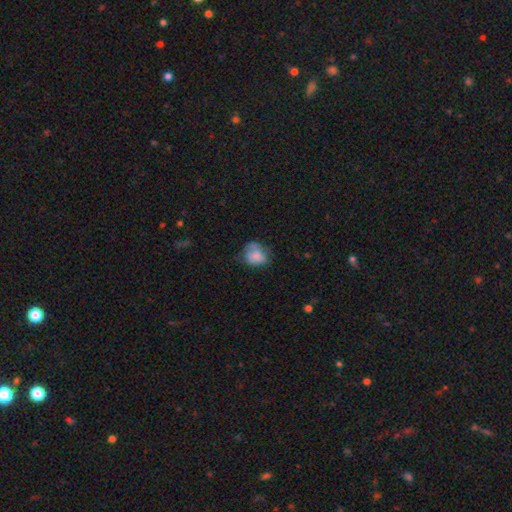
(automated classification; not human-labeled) smooth 69%, featured or disk 22%, star or artifact 9%. Down the decision tree: how rounded — round (57%); merging — none (46%).